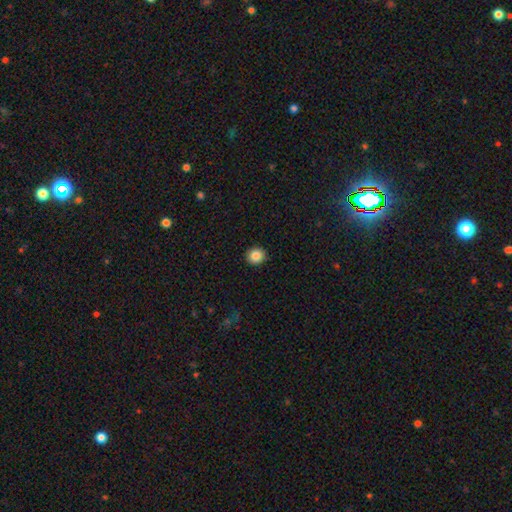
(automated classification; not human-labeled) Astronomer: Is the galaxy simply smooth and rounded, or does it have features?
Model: smooth — 86%.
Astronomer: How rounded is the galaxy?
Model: round — 88%.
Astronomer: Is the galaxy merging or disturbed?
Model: none — 92%.